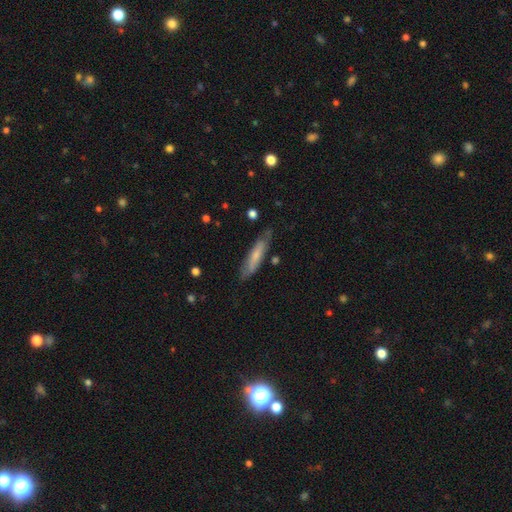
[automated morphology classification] smooth 60%, featured or disk 35%, star or artifact 6%. Down the decision tree: how rounded — cigar-shaped (78%); merging — none (76%).